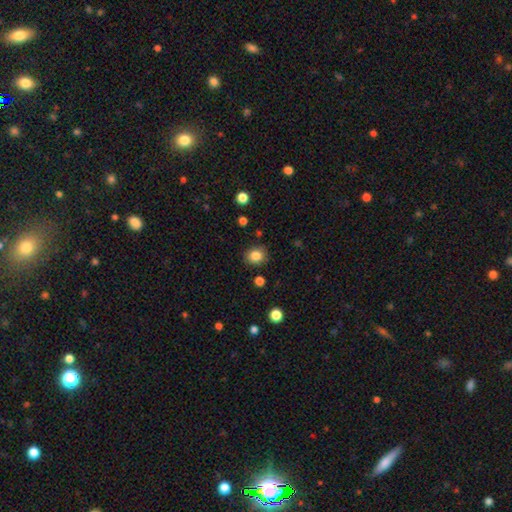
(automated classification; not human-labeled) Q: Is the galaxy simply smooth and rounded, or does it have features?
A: smooth — 84%.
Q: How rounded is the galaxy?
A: round — 74%.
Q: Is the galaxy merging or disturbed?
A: none — 86%.